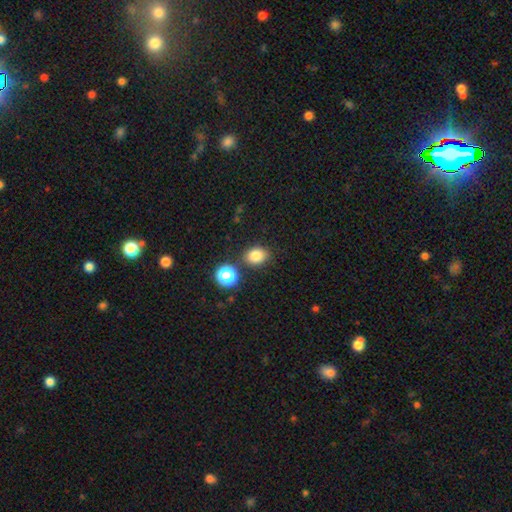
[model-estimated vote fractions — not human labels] Morphology: type=smooth (82%); roundness=in between (54%); merging=none (78%).